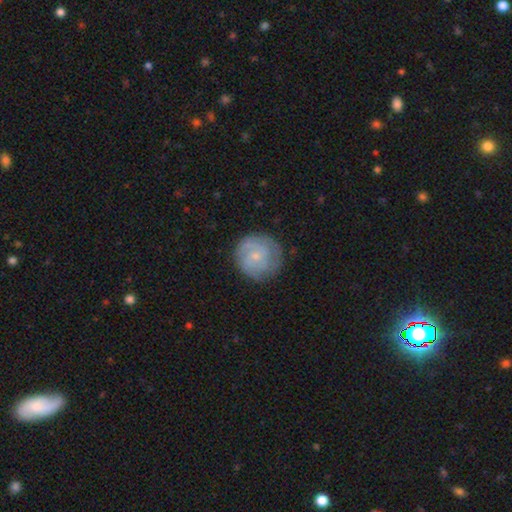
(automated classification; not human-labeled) Morphology: type=featured or disk (53%); edge-on=no (98%); bar=no (76%); spiral arms=yes (77%); bulge=small (70%); merging=none (77%).